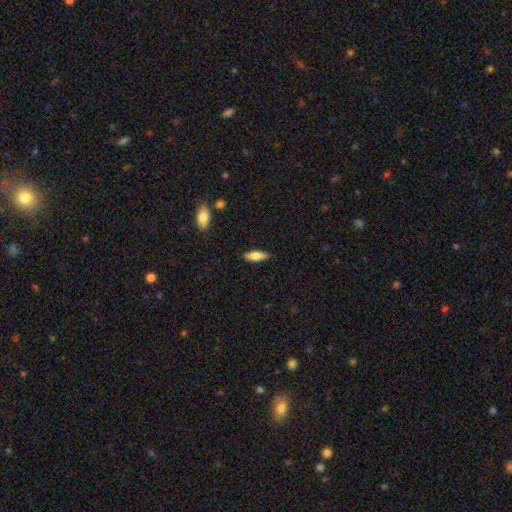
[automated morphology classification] smooth 70%, featured or disk 24%, star or artifact 6%. Down the decision tree: how rounded — in between (63%); merging — none (84%).